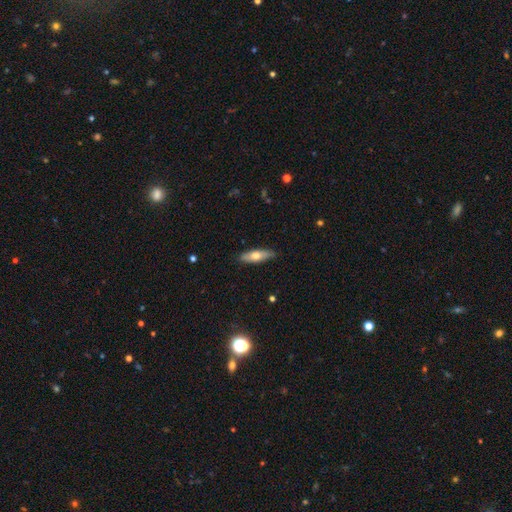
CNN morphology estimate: Q: Smooth or featured?
A: smooth (62%); runner-up: featured or disk (33%)
Q: How rounded?
A: in between (49%); tied with: cigar-shaped (49%)
Q: Merging?
A: none (85%); runner-up: minor disturbance (12%)